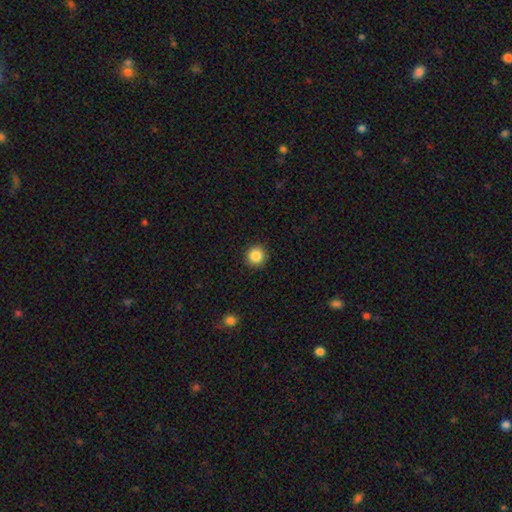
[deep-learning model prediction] A smooth galaxy with no disk features (86%) that is round (95%). Merging: none (91%).